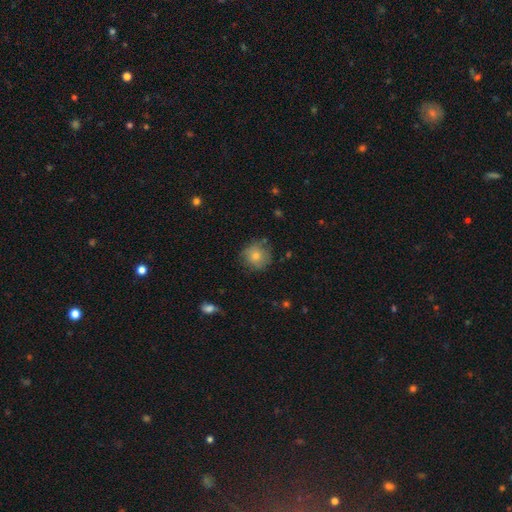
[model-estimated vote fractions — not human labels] Morphology: type=smooth (76%); roundness=round (91%); merging=none (75%).